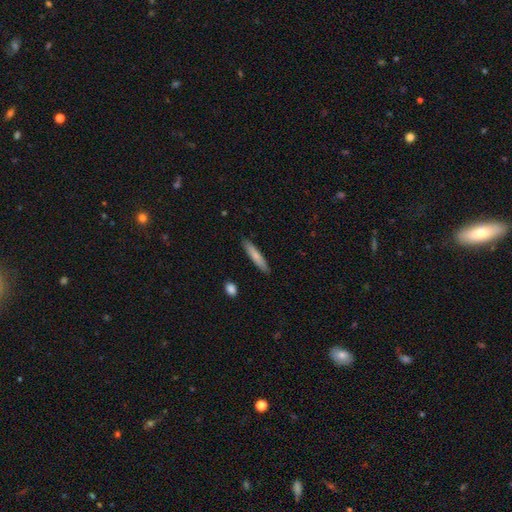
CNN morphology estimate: This appears to be a smooth galaxy with no disk features (75%) that is cigar-shaped (89%). Merging: none (89%).